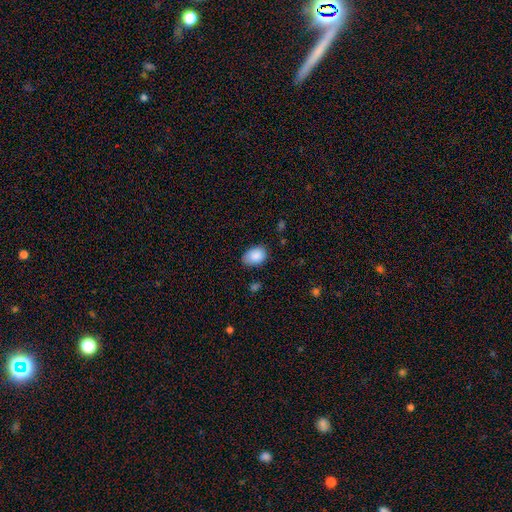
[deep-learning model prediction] Overall: smooth (88%). How rounded: in between (83%). Merging: none (74%).